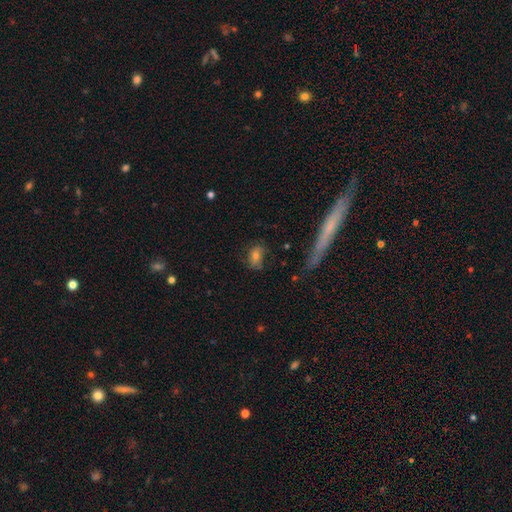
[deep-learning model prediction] Q: Smooth or featured?
A: smooth (63%); runner-up: featured or disk (25%)
Q: How rounded?
A: in between (68%); runner-up: round (24%)
Q: Merging?
A: none (65%); runner-up: minor disturbance (21%)